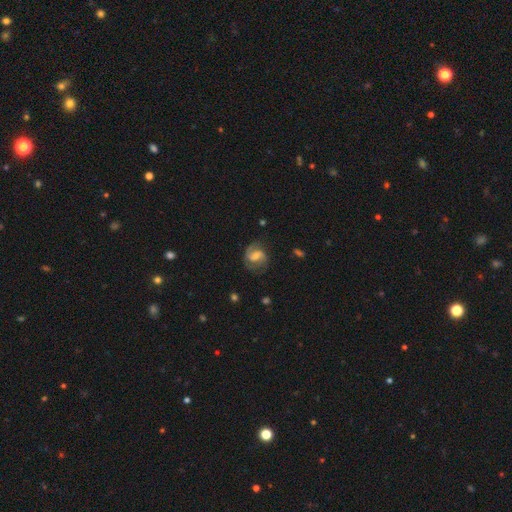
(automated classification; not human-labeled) featured or disk 73%, smooth 19%, star or artifact 7%. Down the decision tree: edge-on disk — no (97%); bar — weak (53%); spiral arms — yes (93%); spiral arm count — 2 (80%); spiral winding — medium (49%); bulge size — moderate (42%); merging — none (69%).